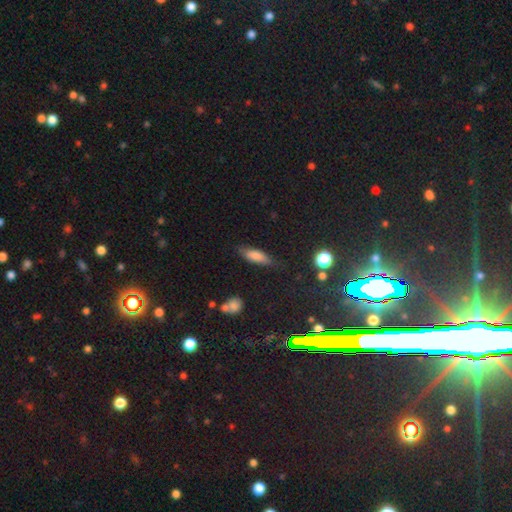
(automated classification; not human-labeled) A smooth galaxy with no disk features (77%) that is in between round and cigar-shaped (57%). Merging: none (74%).